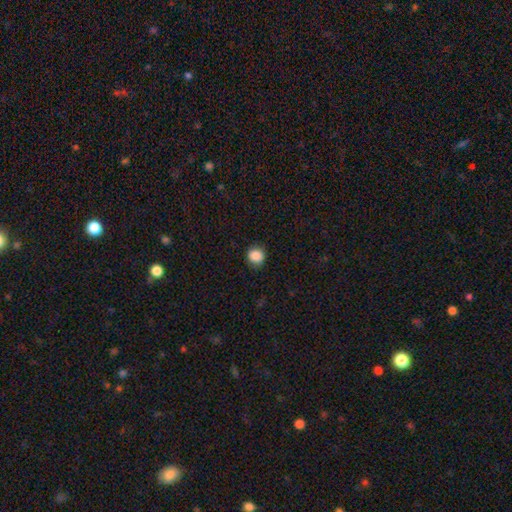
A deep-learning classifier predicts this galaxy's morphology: This is clearly a smooth galaxy (87%). How rounded: clearly round (87%). Merging: clearly none (87%).